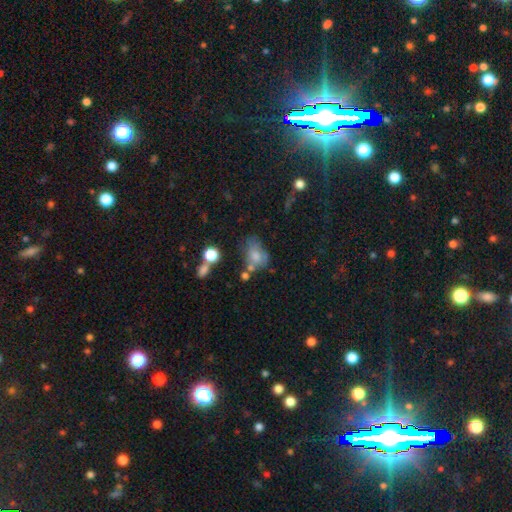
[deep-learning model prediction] Smooth or featured?
  - smooth: 67% *
  - featured or disk: 21%
  - star or artifact: 12%
How rounded?
  - in between: 74% *
  - round: 25%
  - cigar-shaped: 2%
Merging?
  - none: 32% *
  - minor disturbance: 27%
  - major disturbance: 21%
  - merger: 19%